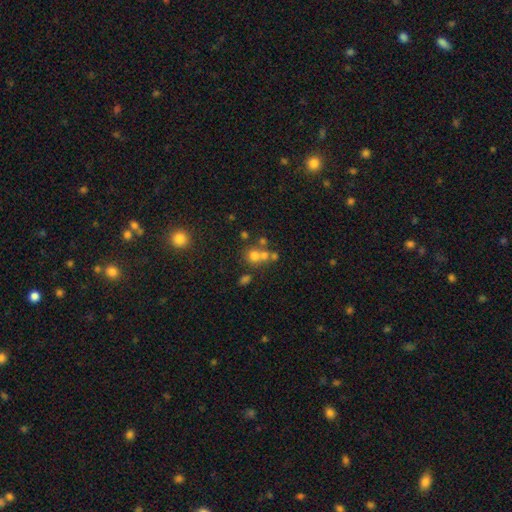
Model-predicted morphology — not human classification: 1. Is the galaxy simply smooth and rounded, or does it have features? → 62% smooth, 20% star or artifact, 18% featured or disk.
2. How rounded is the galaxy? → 84% round, 15% in between, 1% cigar-shaped.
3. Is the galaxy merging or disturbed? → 46% none, 42% merger, 8% minor disturbance, 4% major disturbance.